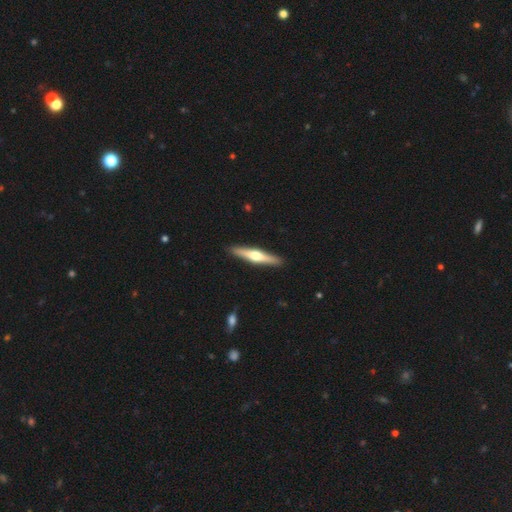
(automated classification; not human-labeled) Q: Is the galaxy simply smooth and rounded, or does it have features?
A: featured or disk — 63%.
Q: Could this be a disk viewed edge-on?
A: yes — 97%.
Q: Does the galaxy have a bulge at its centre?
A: rounded — 94%.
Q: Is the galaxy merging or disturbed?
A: none — 92%.